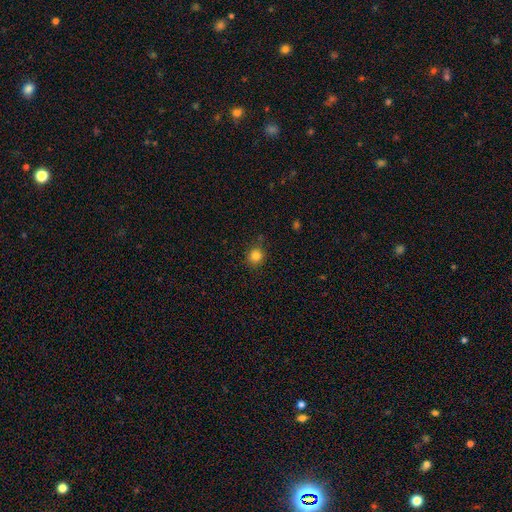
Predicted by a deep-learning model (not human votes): smooth-or-featured: smooth: 82% | star or artifact: 13% | featured or disk: 5%
  how-rounded: round: 89% | in between: 10% | cigar-shaped: 1%
  merging: none: 86% | minor disturbance: 10% | major disturbance: 3% | merger: 2%